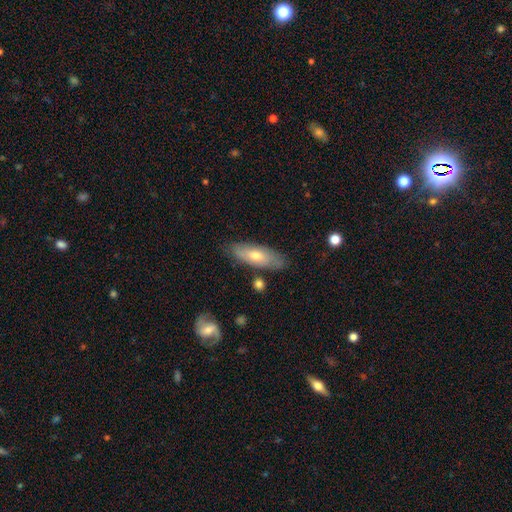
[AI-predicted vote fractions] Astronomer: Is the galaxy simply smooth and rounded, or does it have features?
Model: smooth — 57% (runner-up: featured or disk, 36%).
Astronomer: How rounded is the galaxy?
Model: in between — 59% (runner-up: cigar-shaped, 38%).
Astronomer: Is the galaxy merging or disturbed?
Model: none — 79%.